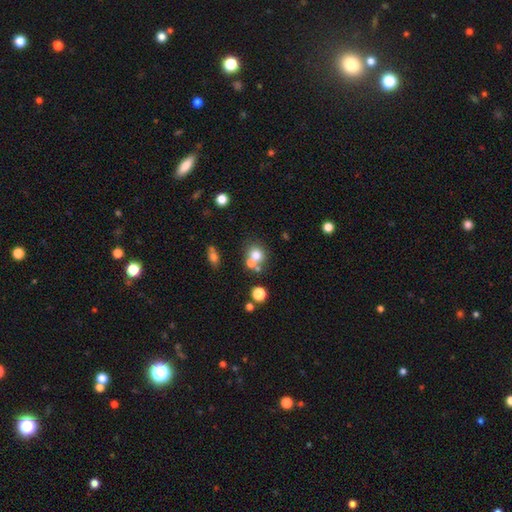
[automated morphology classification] The model was most divided on "merging": none: 49%, merger: 37%, minor disturbance: 9%, major disturbance: 4%. More confident: how rounded — round (79%); smooth or featured — smooth (72%).